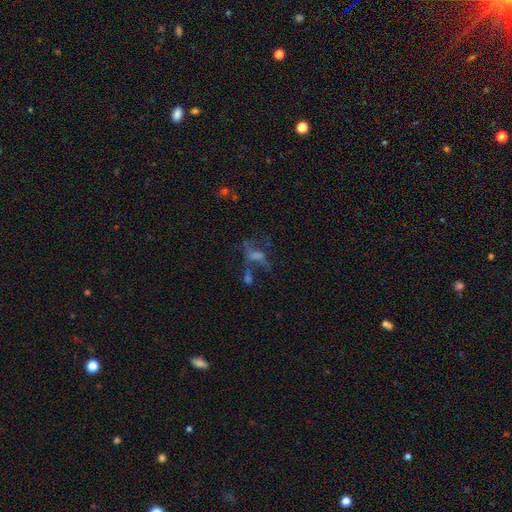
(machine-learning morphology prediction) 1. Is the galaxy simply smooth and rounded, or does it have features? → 49% featured or disk, 29% star or artifact, 21% smooth.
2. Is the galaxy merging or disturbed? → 39% none, 29% major disturbance, 18% merger, 14% minor disturbance.